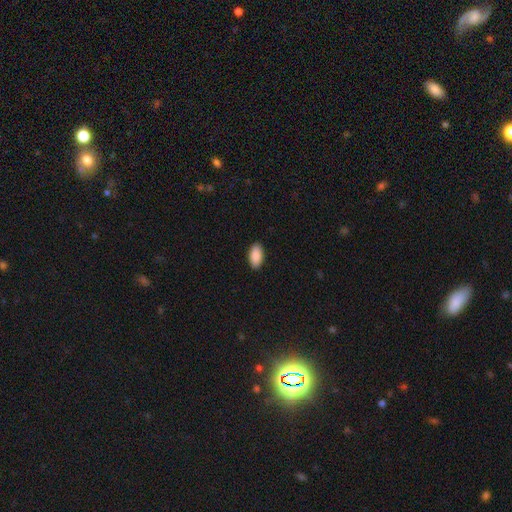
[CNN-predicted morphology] type=smooth (90%); roundness=in between (94%); merging=none (90%).